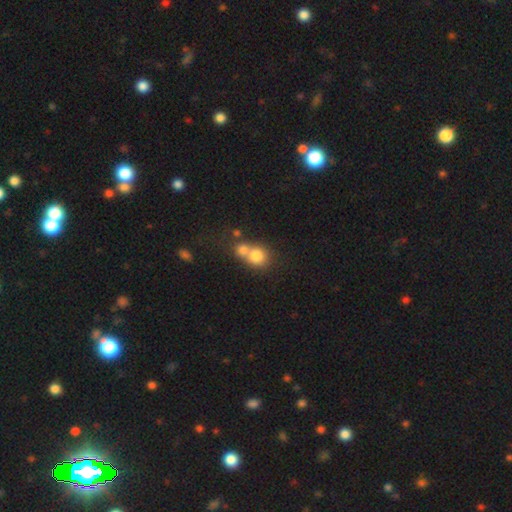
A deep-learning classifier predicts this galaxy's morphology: This appears to be a smooth galaxy with no disk features (76%) that is round (80%). Merging: merger (61%).